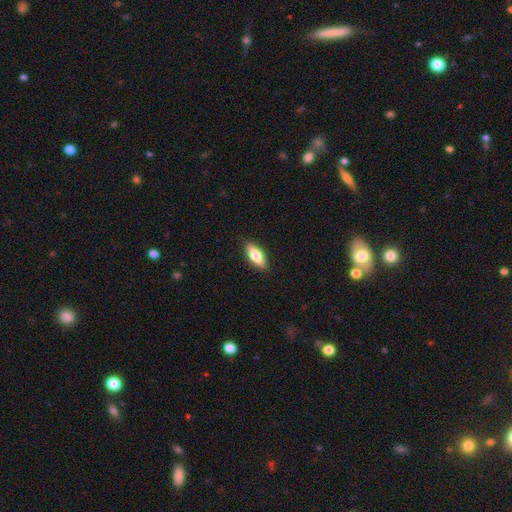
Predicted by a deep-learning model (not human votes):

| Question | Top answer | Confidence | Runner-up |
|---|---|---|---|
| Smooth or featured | smooth | 71% | featured or disk (23%) |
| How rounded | in between | 74% | cigar-shaped (23%) |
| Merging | none | 89% | minor disturbance (9%) |